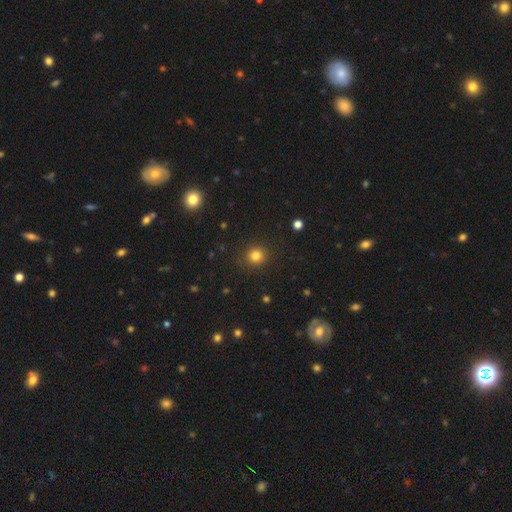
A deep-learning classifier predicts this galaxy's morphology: This appears to be a smooth galaxy with no disk features (82%) that is round (90%). Merging: none (89%).